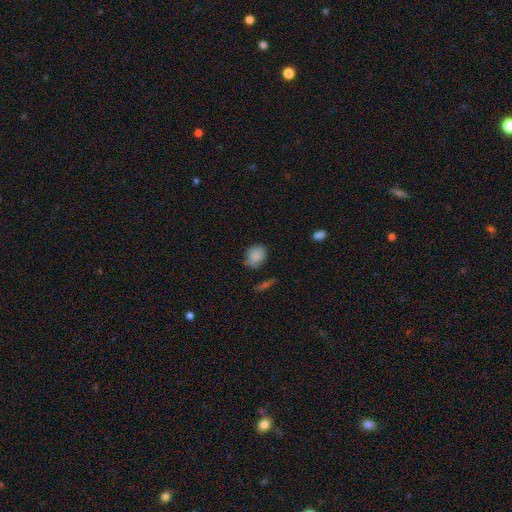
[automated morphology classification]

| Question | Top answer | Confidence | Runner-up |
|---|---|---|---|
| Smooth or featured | smooth | 85% | star or artifact (9%) |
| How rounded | round | 62% | in between (36%) |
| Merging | none | 65% | minor disturbance (26%) |